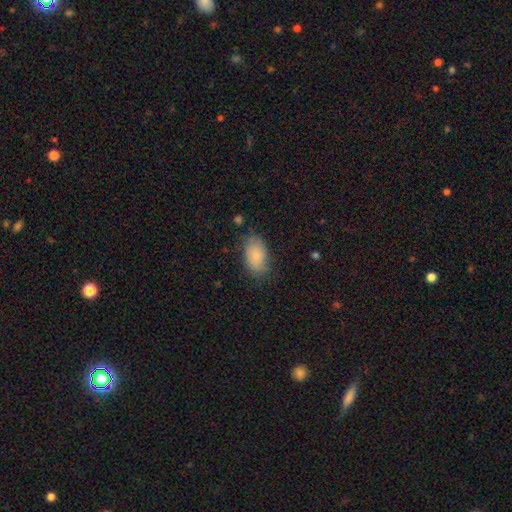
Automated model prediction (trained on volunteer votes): A smooth galaxy with no disk features (81%) that is in between round and cigar-shaped (92%). Merging: none (73%).